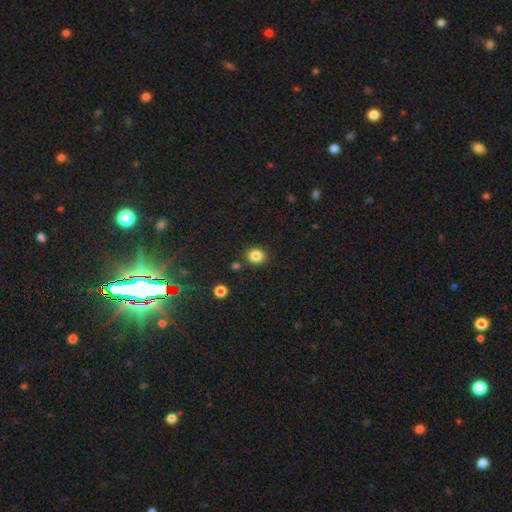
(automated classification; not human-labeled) Q: Smooth or featured?
A: smooth (84%); runner-up: star or artifact (11%)
Q: How rounded?
A: round (73%); runner-up: in between (27%)
Q: Merging?
A: none (85%); runner-up: minor disturbance (8%)